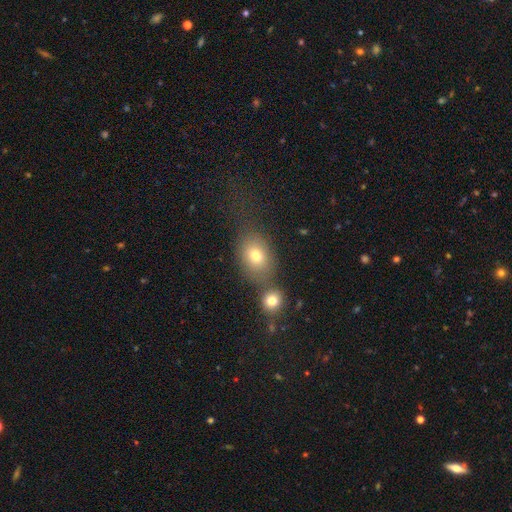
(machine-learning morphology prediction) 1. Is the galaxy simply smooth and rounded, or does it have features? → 75% smooth, 13% featured or disk, 12% star or artifact.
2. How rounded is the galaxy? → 63% in between, 36% round, 1% cigar-shaped.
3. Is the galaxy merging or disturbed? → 51% none, 28% merger, 13% minor disturbance, 7% major disturbance.